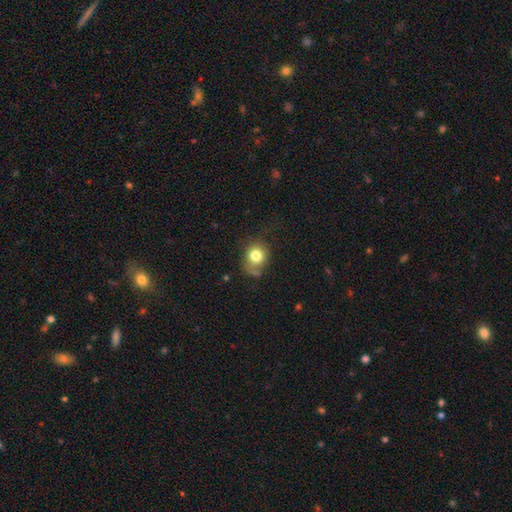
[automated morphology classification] type=smooth (79%); roundness=round (75%); merging=none (59%).